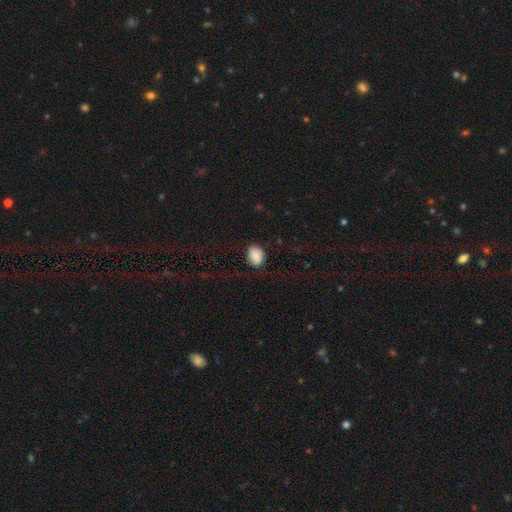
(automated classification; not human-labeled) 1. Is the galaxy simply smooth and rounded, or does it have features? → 86% smooth, 8% star or artifact, 6% featured or disk.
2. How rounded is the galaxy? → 68% in between, 31% round, 1% cigar-shaped.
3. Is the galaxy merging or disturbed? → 73% none, 20% minor disturbance, 5% major disturbance, 1% merger.